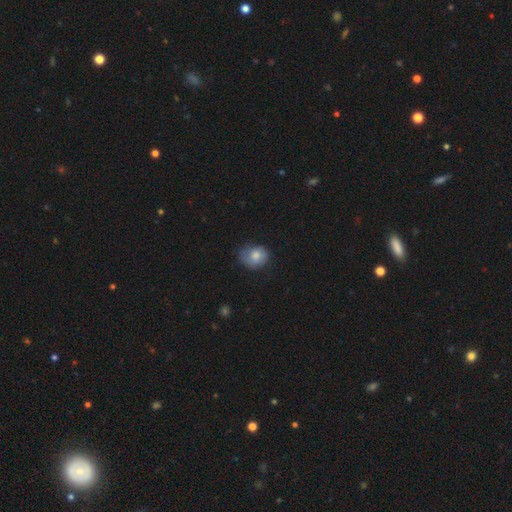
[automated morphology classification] A smooth galaxy with no disk features (73%) that is round (55%). Merging: none (58%).